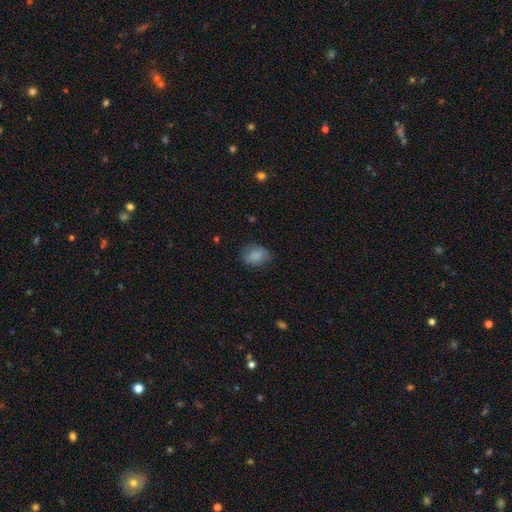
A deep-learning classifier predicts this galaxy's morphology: Smooth or featured? Predicted: smooth (p=0.84). How rounded? Predicted: in between (p=0.65). Merging? Predicted: none (p=0.70).